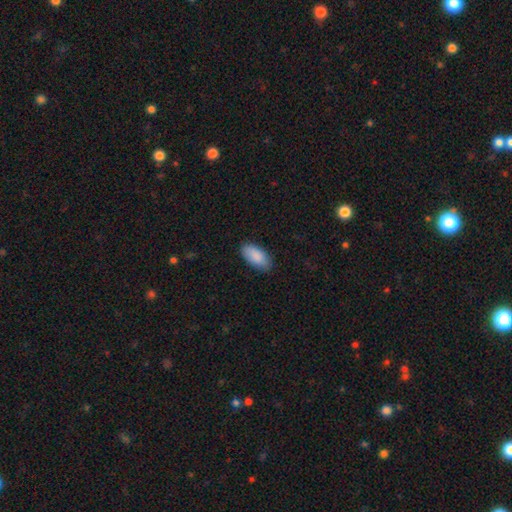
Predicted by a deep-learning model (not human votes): Smooth or featured? smooth (89%)
How rounded? in between (93%)
Merging? none (85%)